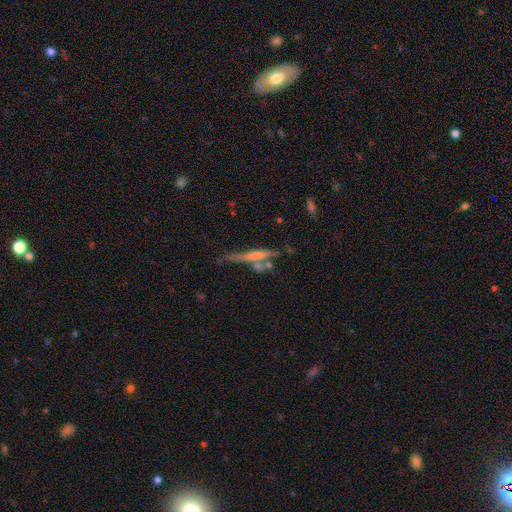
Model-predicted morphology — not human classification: smooth-or-featured: featured or disk: 47% | smooth: 45% | star or artifact: 9%
  merging: none: 52% | merger: 21% | minor disturbance: 18% | major disturbance: 8%